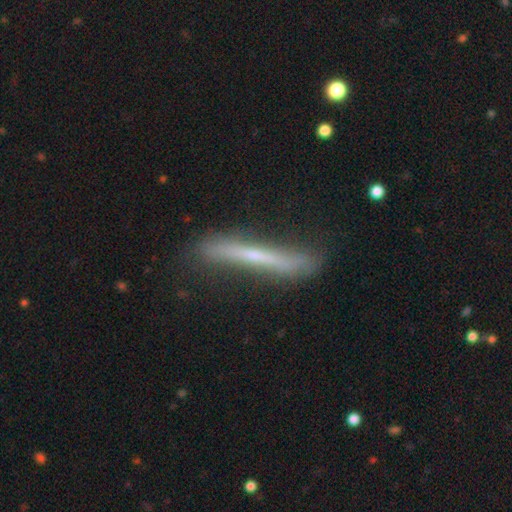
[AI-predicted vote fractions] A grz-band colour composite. It shows a featured or disk galaxy (54%) viewed edge-on (88%). Merging: none (72%).